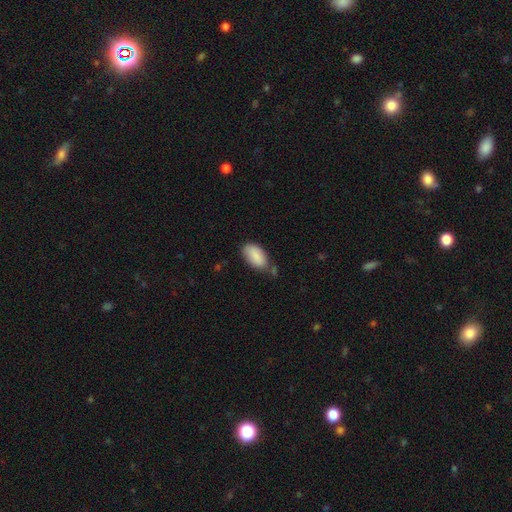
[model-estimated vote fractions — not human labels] Q: Smooth or featured?
A: smooth (88%); runner-up: star or artifact (6%)
Q: How rounded?
A: in between (95%); runner-up: round (3%)
Q: Merging?
A: none (62%); runner-up: minor disturbance (23%)